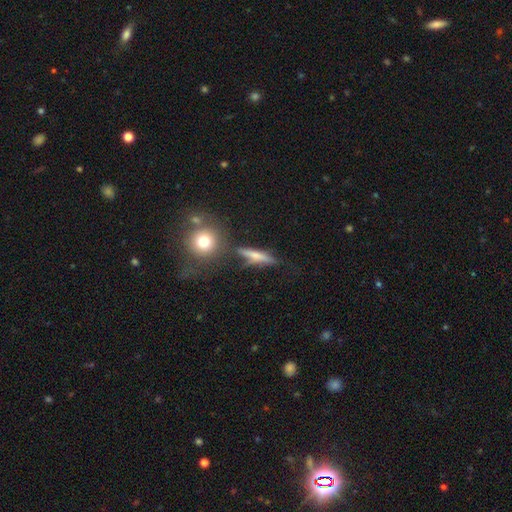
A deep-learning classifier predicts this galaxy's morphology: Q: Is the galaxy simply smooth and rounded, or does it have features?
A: smooth — 55%.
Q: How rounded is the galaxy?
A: cigar-shaped — 71%.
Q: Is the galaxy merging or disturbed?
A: none — 66%.